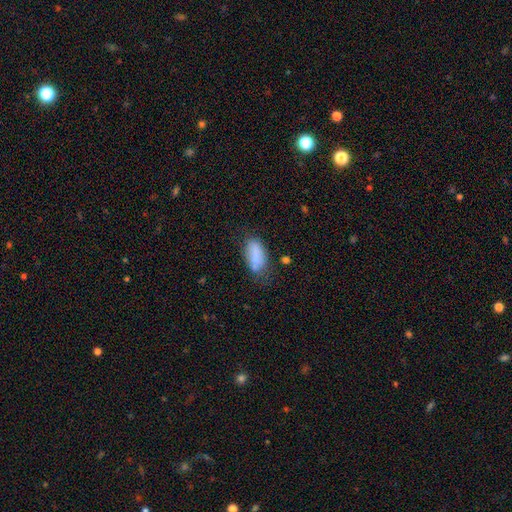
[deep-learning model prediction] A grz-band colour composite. It shows a smooth galaxy with no disk features (79%) that is in between round and cigar-shaped (91%). Merging: none (55%).